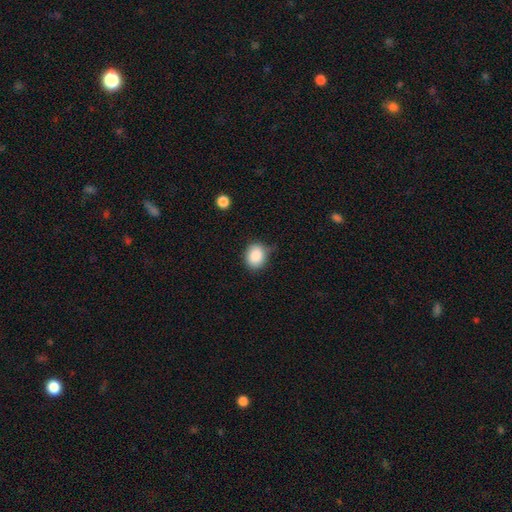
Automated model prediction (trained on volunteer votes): Morphology: type=smooth (87%); roundness=round (56%); merging=none (73%).